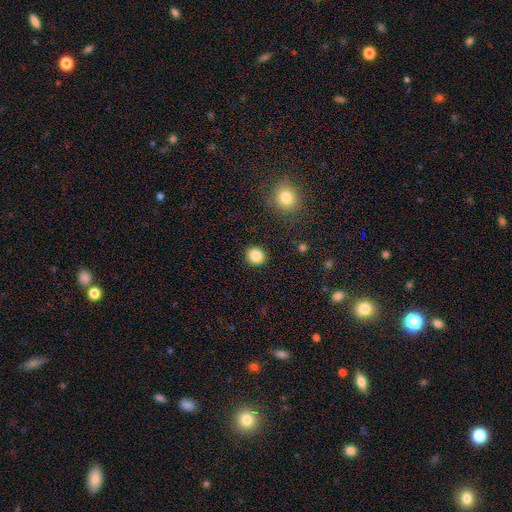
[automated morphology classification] Smooth or featured: smooth — 86% (star or artifact — 10%)
How rounded: round — 83% (in between — 16%)
Merging: none — 91% (minor disturbance — 6%)